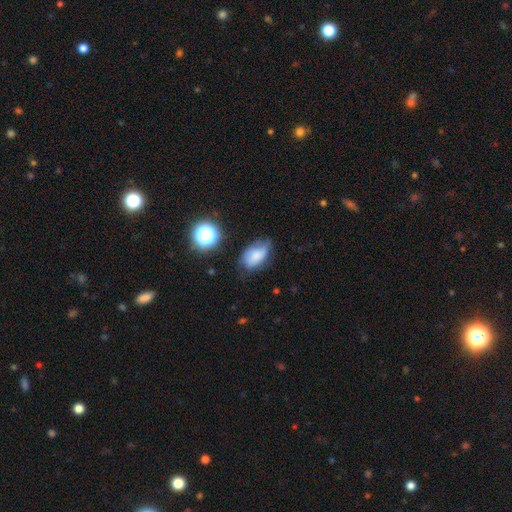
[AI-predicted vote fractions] smooth 72%, featured or disk 16%, star or artifact 12%. Down the decision tree: how rounded — in between (87%); merging — none (50%).